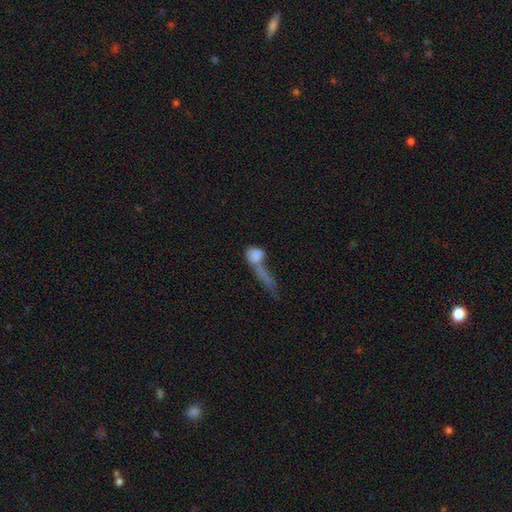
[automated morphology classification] smooth 70%, featured or disk 20%, star or artifact 11%. Down the decision tree: how rounded — in between (47%); merging — merger (43%).